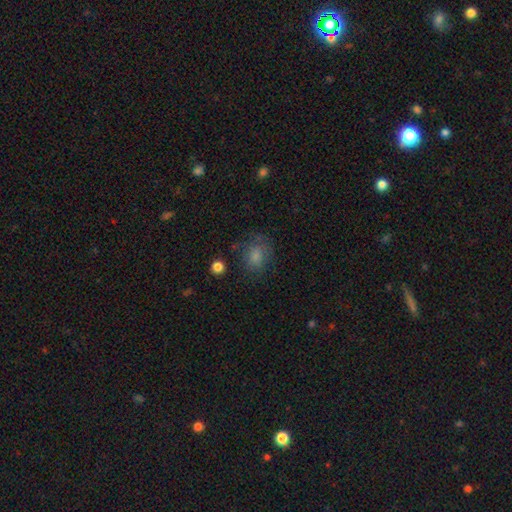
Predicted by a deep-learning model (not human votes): A smooth galaxy with no disk features (67%) that is round (54%).

Vote fractions:
- Smooth or featured? smooth: 67% / star or artifact: 19% / featured or disk: 14%
- How rounded? round: 54% / in between: 45% / cigar-shaped: 1%
- Merging? none: 69% / minor disturbance: 19% / major disturbance: 10% / merger: 2%